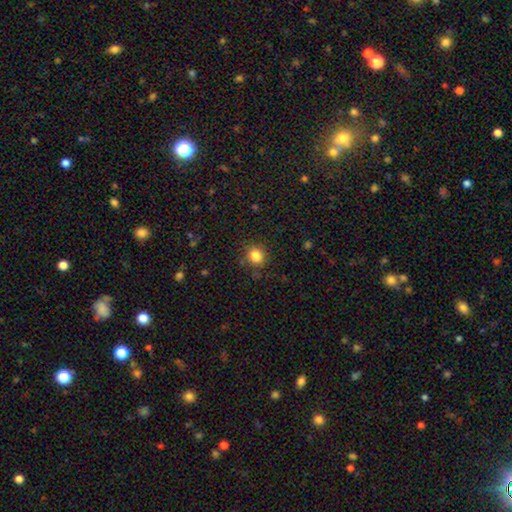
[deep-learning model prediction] A smooth galaxy with no disk features (84%) that is round (83%). Merging: none (84%).